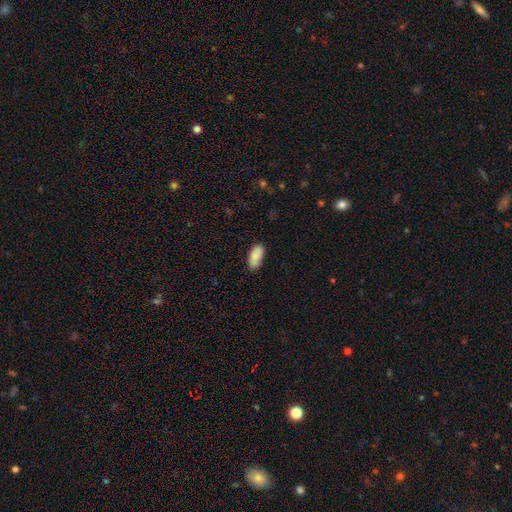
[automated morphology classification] smooth-or-featured: smooth: 88% | star or artifact: 7% | featured or disk: 5%
  how-rounded: in between: 91% | cigar-shaped: 6% | round: 2%
  merging: none: 81% | minor disturbance: 15% | major disturbance: 3% | merger: 1%